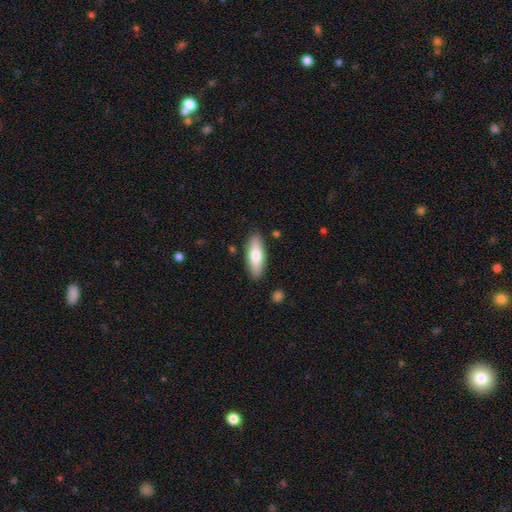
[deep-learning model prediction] Smooth or featured? smooth (71%)
How rounded? in between (55%)
Merging? none (87%)